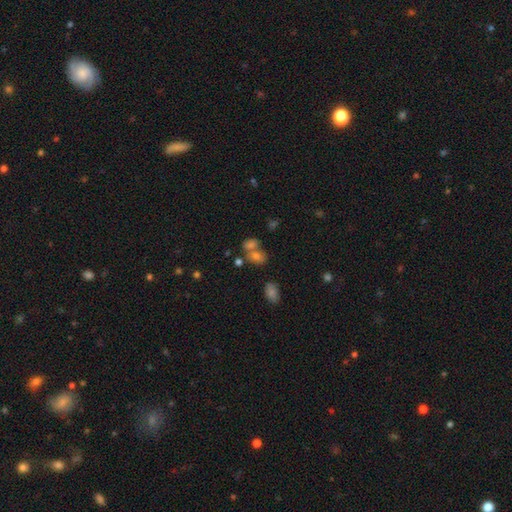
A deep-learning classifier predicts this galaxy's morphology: type=smooth (70%); roundness=in between (69%); merging=merger (44%).